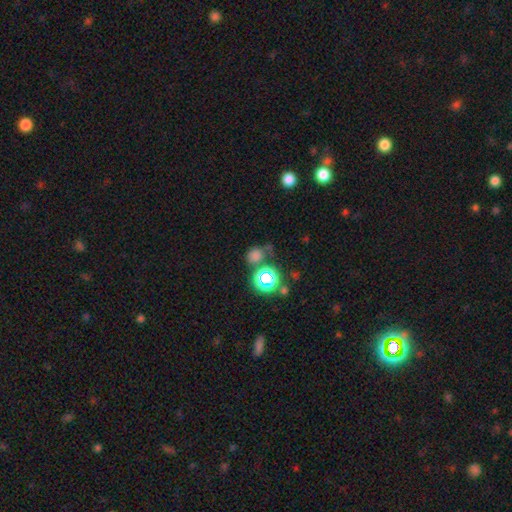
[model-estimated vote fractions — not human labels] smooth_or_featured: smooth (p=0.60) [alt: star or artifact p=0.33]
how_rounded: round (p=0.78) [alt: in between p=0.21]
merging: none (p=0.63) [alt: merger p=0.15]